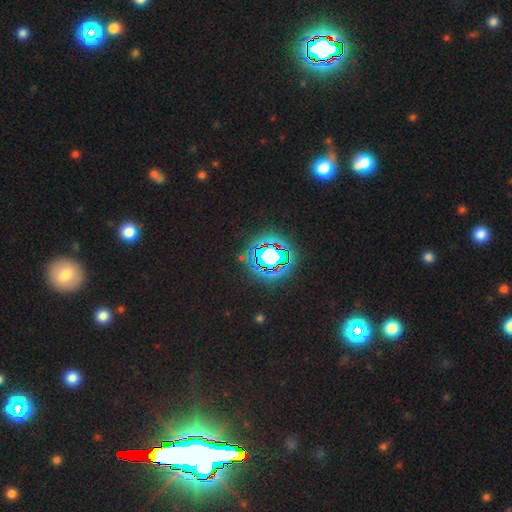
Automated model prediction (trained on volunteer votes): The model was most divided on "smooth or featured": star or artifact: 81%, smooth: 10%, featured or disk: 8%.